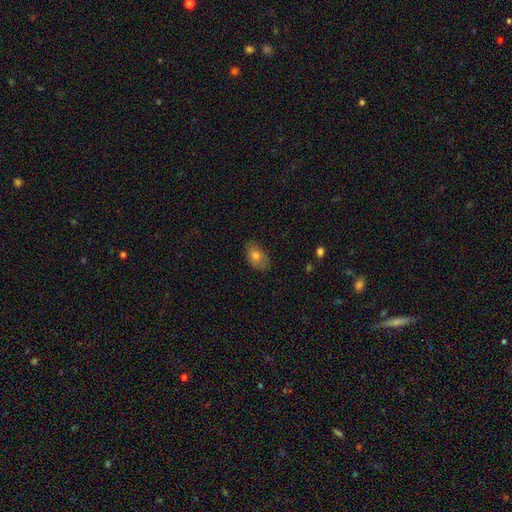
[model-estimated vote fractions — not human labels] smooth 79%, featured or disk 13%, star or artifact 9%. Down the decision tree: how rounded — in between (87%); merging — none (77%).